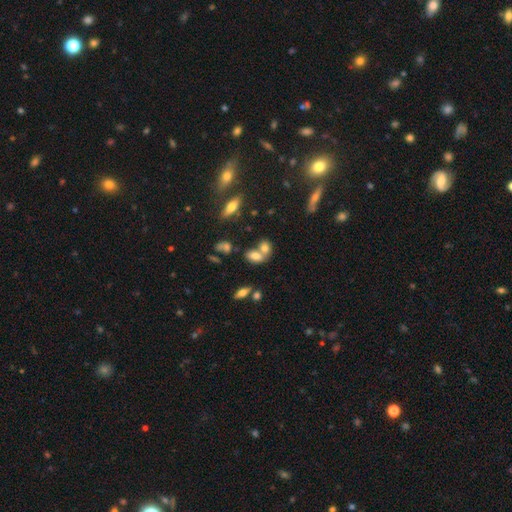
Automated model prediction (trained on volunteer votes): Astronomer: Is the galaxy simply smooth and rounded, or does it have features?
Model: smooth — 70%.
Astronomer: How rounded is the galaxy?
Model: in between — 77%.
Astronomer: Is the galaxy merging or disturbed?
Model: merger — 49% (runner-up: none, 36%).